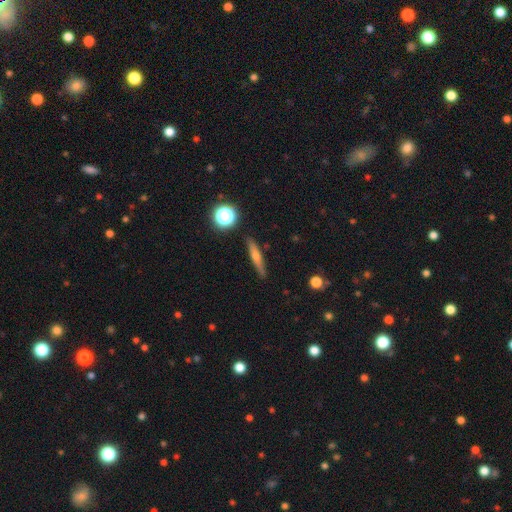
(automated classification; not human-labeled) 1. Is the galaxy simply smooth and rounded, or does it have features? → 49% smooth, 41% featured or disk, 10% star or artifact.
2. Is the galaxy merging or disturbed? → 88% none, 8% minor disturbance, 2% major disturbance, 2% merger.